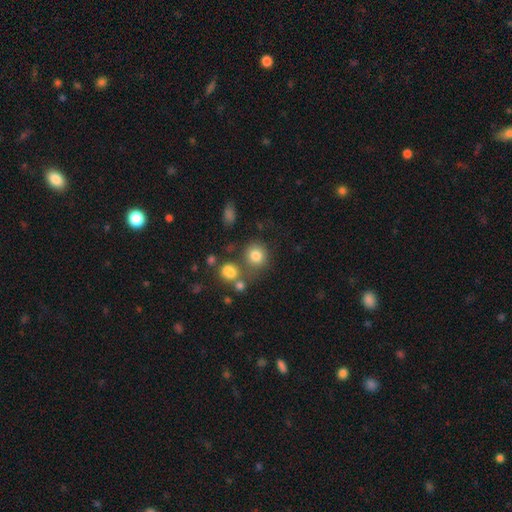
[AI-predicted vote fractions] smooth_or_featured: smooth (p=0.80) [alt: star or artifact p=0.12]
how_rounded: round (p=0.82) [alt: in between p=0.17]
merging: none (p=0.67) [alt: merger p=0.16]